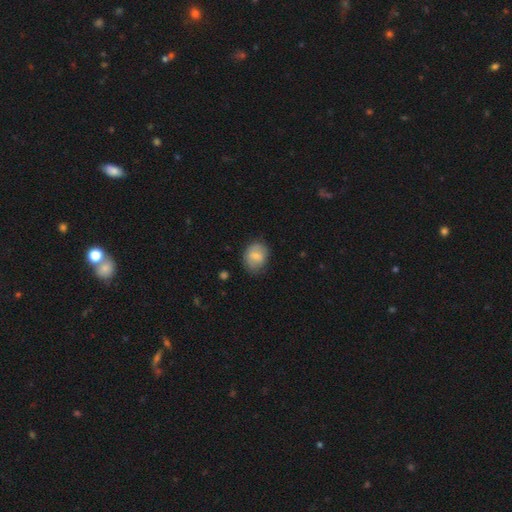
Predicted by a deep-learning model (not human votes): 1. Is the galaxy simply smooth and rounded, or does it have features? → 68% smooth, 25% featured or disk, 7% star or artifact.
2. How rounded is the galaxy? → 52% in between, 47% round, 1% cigar-shaped.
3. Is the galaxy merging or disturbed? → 72% none, 21% minor disturbance, 6% major disturbance, 1% merger.